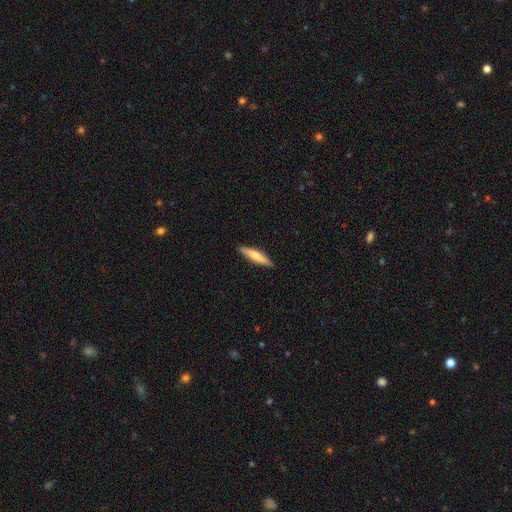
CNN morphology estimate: Smooth or featured? Predicted: smooth (p=0.64). How rounded? Predicted: cigar-shaped (p=0.83). Merging? Predicted: none (p=0.89).